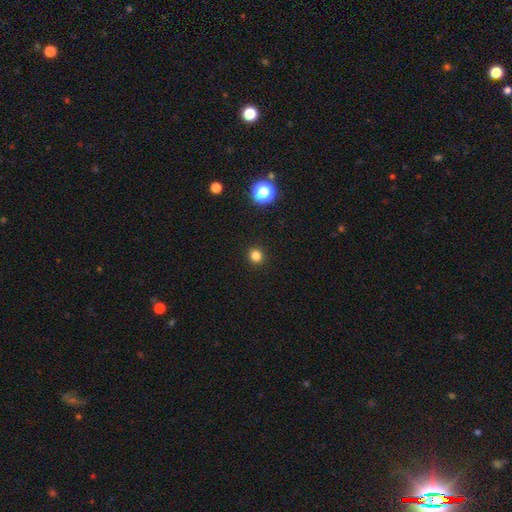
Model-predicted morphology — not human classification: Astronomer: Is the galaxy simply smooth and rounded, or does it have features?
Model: smooth — 82%.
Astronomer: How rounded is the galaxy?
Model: round — 92%.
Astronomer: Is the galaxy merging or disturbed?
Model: none — 93%.